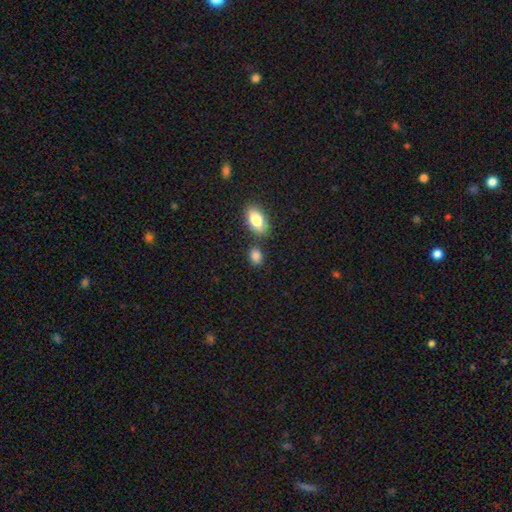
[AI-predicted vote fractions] Smooth or featured? smooth (85%)
How rounded? in between (74%)
Merging? none (72%)